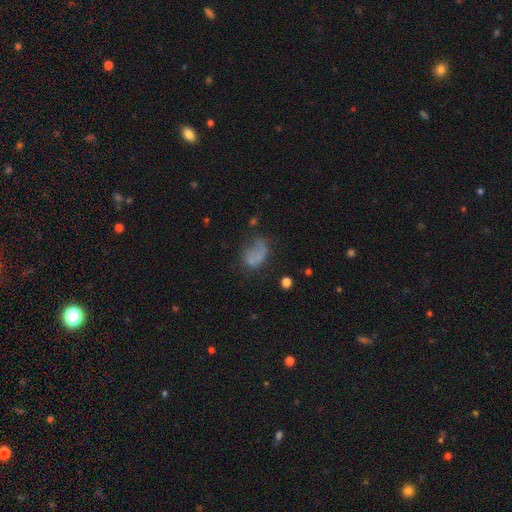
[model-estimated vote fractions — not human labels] smooth 59%, featured or disk 26%, star or artifact 16%. Down the decision tree: how rounded — in between (80%); merging — major disturbance (37%).